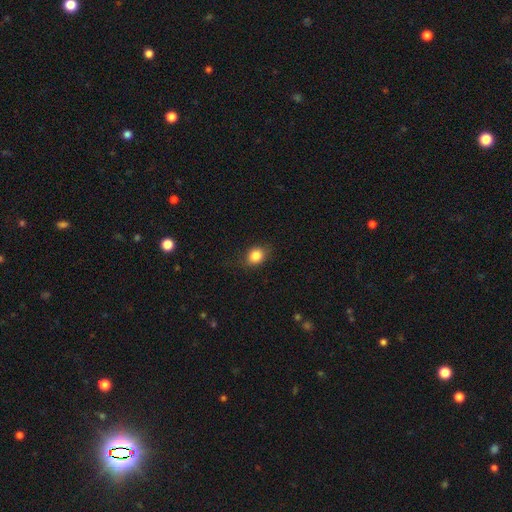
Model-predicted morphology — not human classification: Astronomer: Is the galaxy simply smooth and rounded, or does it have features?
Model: smooth — 84%.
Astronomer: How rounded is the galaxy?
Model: round — 55% (runner-up: in between, 44%).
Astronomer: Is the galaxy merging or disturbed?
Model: none — 79%.